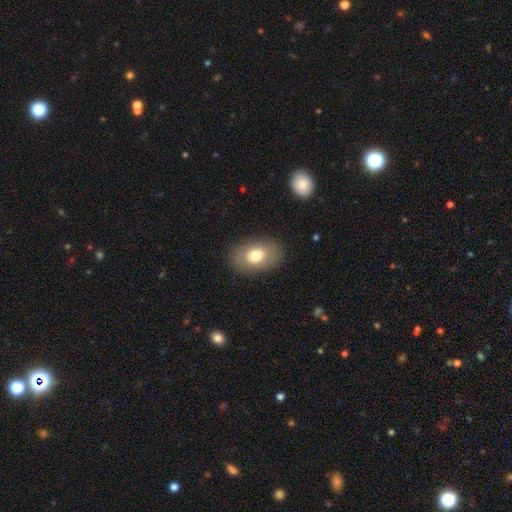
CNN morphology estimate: A smooth galaxy with no disk features (75%) that is in between round and cigar-shaped (84%).

Vote fractions:
- Smooth or featured? smooth: 75% / featured or disk: 17% / star or artifact: 8%
- How rounded? in between: 84% / round: 15% / cigar-shaped: 1%
- Merging? none: 85% / minor disturbance: 11% / major disturbance: 4% / merger: 1%